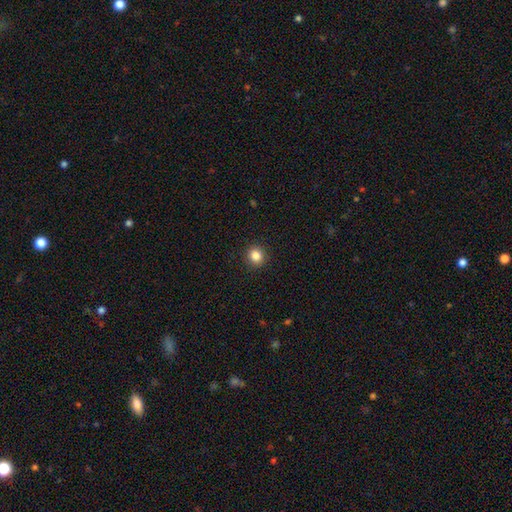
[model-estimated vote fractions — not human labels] A smooth galaxy with no disk features (84%) that is round (88%). Merging: none (92%).